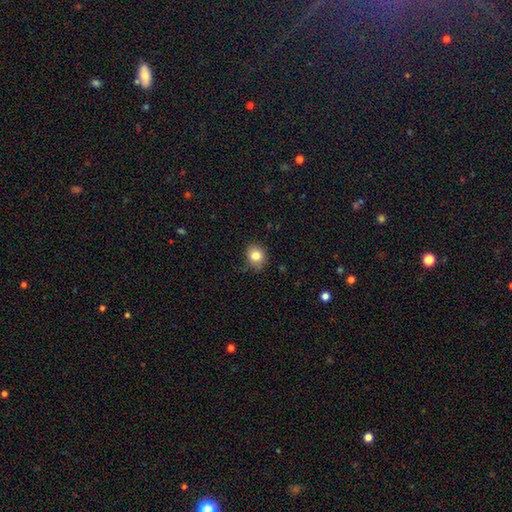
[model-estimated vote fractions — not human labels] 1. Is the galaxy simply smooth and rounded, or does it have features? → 82% smooth, 10% star or artifact, 8% featured or disk.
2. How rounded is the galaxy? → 66% round, 33% in between, 1% cigar-shaped.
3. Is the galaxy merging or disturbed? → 80% none, 16% minor disturbance, 3% major disturbance, 1% merger.